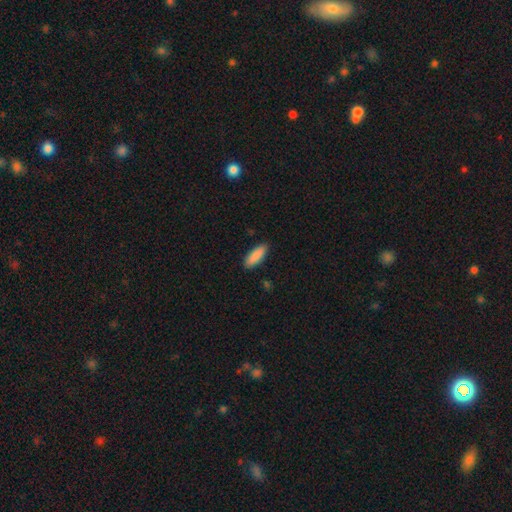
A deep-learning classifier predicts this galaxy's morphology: This is clearly a smooth galaxy (89%). How rounded: likely in between (66%). Merging: clearly none (87%).